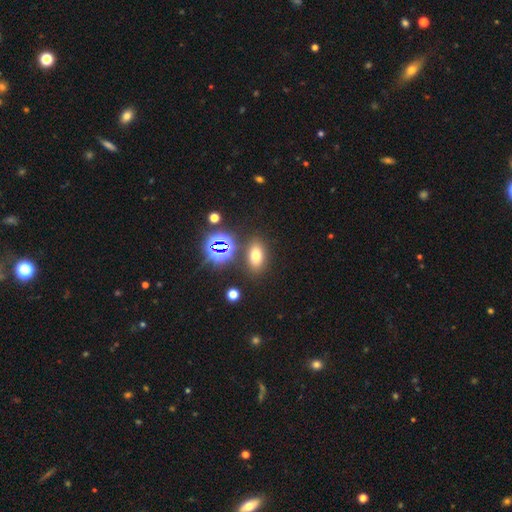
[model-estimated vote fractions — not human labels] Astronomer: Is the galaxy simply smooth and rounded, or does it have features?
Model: smooth — 63%.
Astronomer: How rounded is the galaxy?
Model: in between — 77%.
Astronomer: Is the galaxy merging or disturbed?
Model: none — 82%.